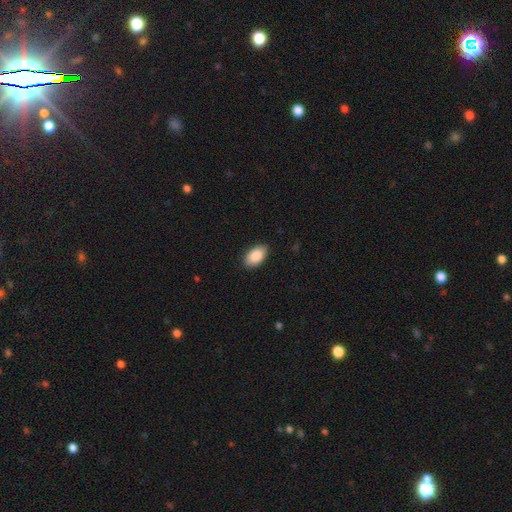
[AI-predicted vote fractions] The model was most divided on "merging": none: 88%, minor disturbance: 9%, major disturbance: 2%, merger: 1%. More confident: how rounded — in between (94%); smooth or featured — smooth (90%).